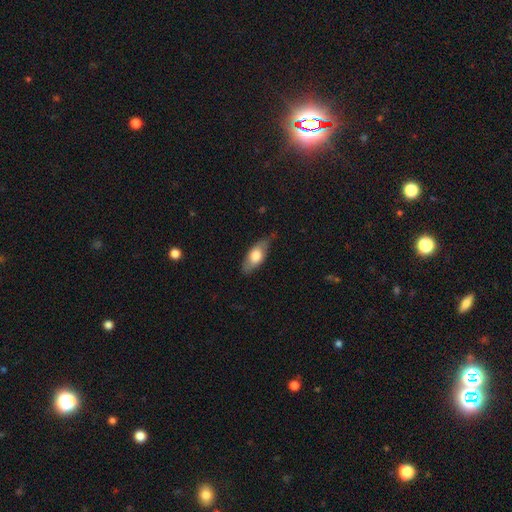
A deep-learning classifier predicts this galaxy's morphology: Smooth or featured? Predicted: smooth (p=0.66). How rounded? Predicted: in between (p=0.81). Merging? Predicted: none (p=0.70).